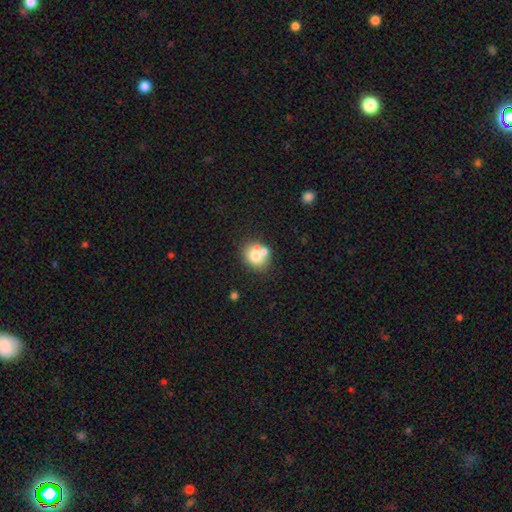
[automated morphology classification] Smooth or featured? Predicted: smooth (p=0.70). How rounded? Predicted: round (p=0.69). Merging? Predicted: none (p=0.52).